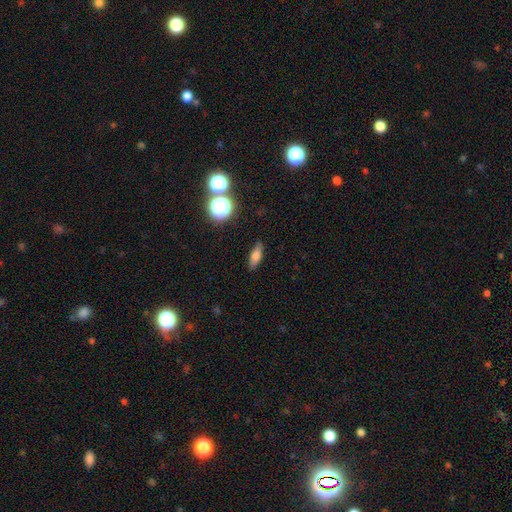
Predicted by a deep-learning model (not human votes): A smooth galaxy with no disk features (72%) that is in between round and cigar-shaped (62%). Merging: none (86%).